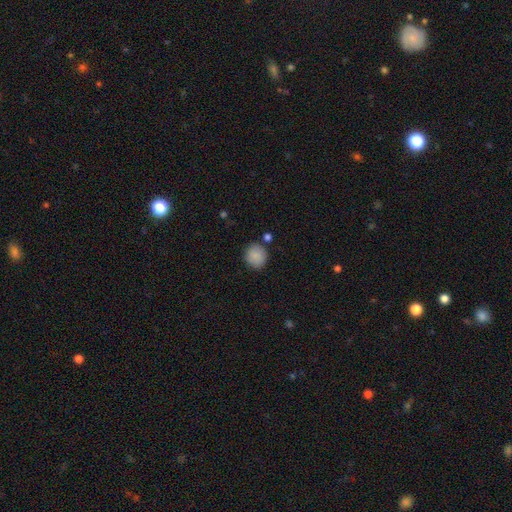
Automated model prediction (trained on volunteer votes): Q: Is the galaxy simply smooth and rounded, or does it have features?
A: smooth — 88%.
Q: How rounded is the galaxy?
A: round — 87%.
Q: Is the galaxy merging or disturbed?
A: none — 82%.